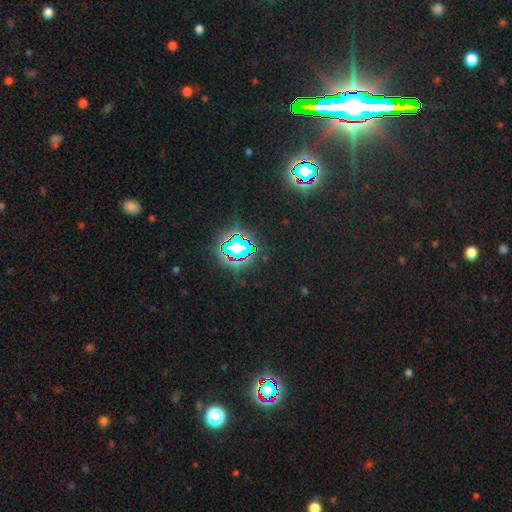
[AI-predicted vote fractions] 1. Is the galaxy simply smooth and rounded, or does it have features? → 82% star or artifact, 10% smooth, 8% featured or disk.